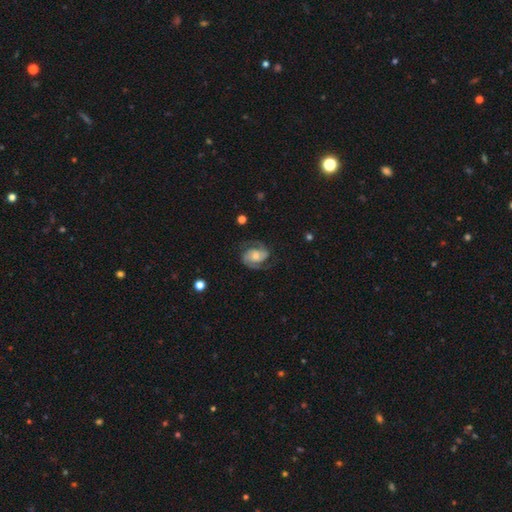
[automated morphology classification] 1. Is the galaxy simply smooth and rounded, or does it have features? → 86% featured or disk, 9% smooth, 5% star or artifact.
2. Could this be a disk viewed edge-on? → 98% no, 2% yes.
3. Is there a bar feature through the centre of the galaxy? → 52% no, 36% weak, 12% strong.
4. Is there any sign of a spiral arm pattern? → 97% yes, 3% no.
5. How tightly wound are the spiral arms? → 53% medium, 32% tight, 15% loose.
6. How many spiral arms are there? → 91% 2, 3% can't tell, 2% 3, 2% 1, 1% 4, 1% more than 4.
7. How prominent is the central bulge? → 47% moderate, 37% small, 9% large, 6% none, 2% dominant.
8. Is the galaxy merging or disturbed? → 77% none, 14% minor disturbance, 8% major disturbance, 1% merger.